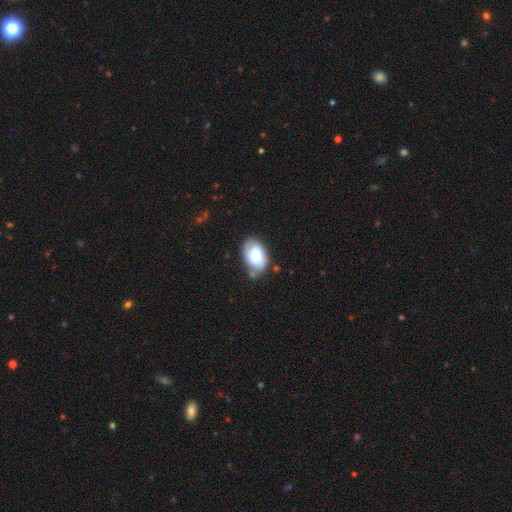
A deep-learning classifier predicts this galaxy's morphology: Smooth or featured? smooth (74%)
How rounded? in between (90%)
Merging? none (64%)